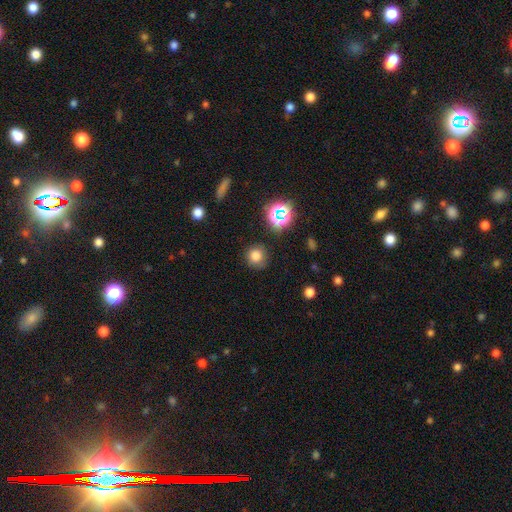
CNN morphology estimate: Smooth or featured: smooth — 76% (star or artifact — 18%)
How rounded: round — 91% (in between — 8%)
Merging: none — 85% (minor disturbance — 10%)